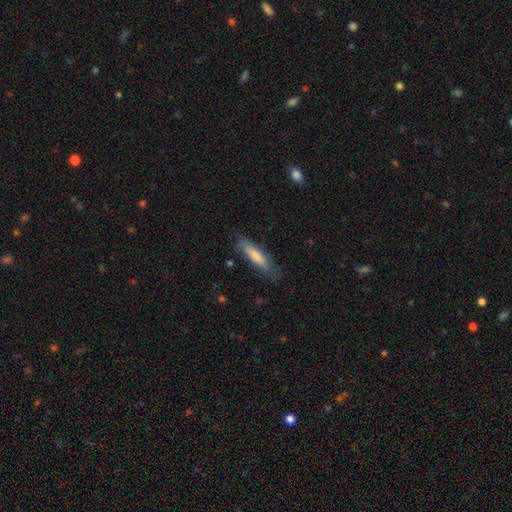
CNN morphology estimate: smooth-or-featured: smooth: 75% | featured or disk: 19% | star or artifact: 6%
  how-rounded: cigar-shaped: 74% | in between: 25% | round: 1%
  merging: none: 72% | minor disturbance: 21% | major disturbance: 6% | merger: 2%